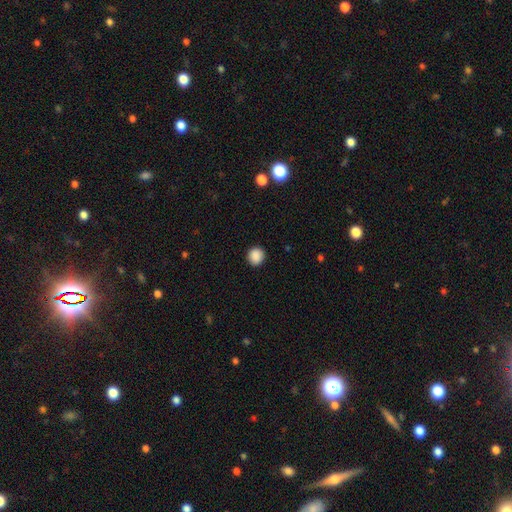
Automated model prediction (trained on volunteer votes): This appears to be a smooth galaxy with no disk features (89%) that is round (88%). Merging: none (91%).